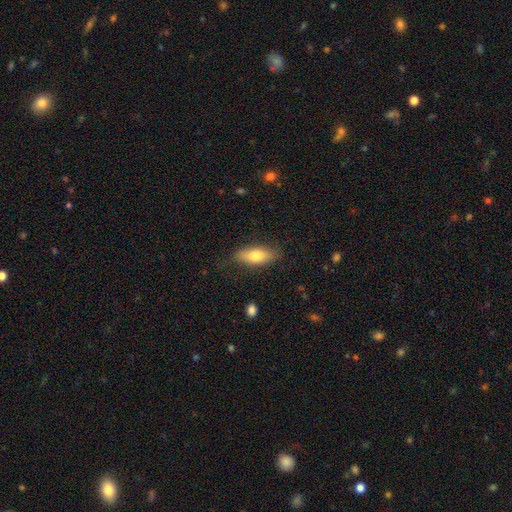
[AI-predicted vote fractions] Smooth or featured?
  - smooth: 73% *
  - featured or disk: 21%
  - star or artifact: 6%
How rounded?
  - in between: 73% *
  - cigar-shaped: 24%
  - round: 3%
Merging?
  - none: 78% *
  - minor disturbance: 16%
  - major disturbance: 4%
  - merger: 1%